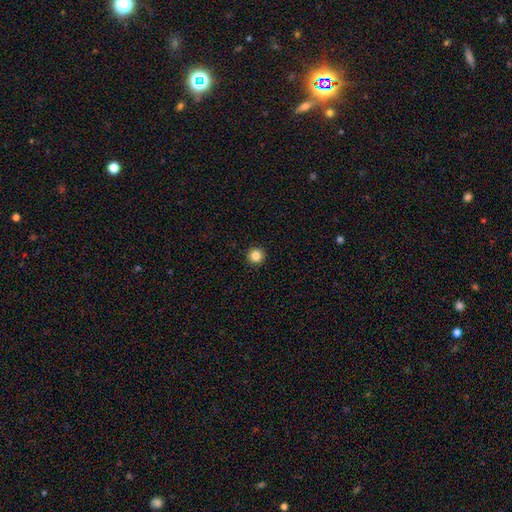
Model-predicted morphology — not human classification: type=smooth (85%); roundness=round (96%); merging=none (93%).